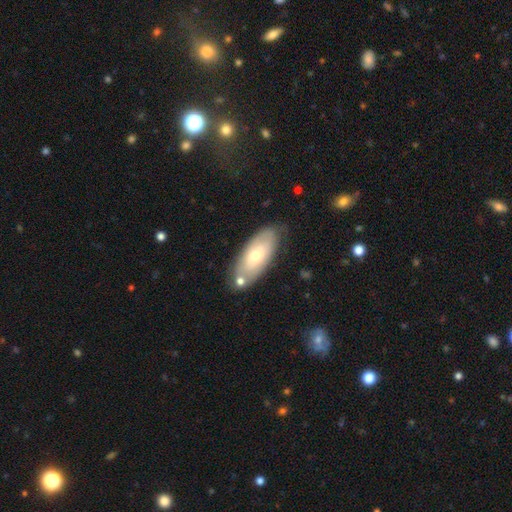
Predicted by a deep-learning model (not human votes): Overall: smooth (58%; featured or disk 36%). How rounded: in between (82%). Merging: none (72%).